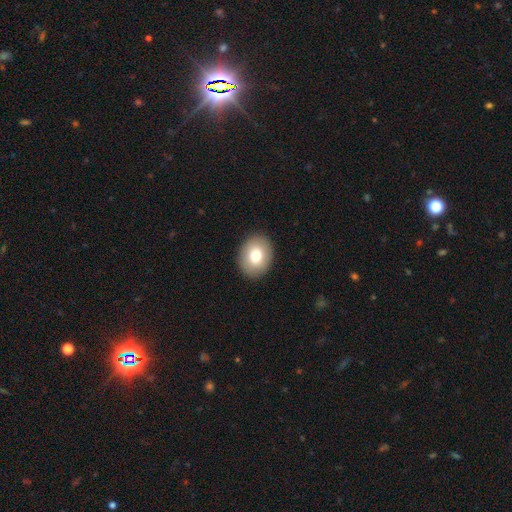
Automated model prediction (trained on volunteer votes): This is likely a smooth galaxy (78%). How rounded: possibly in between (57%). Merging: clearly none (90%).